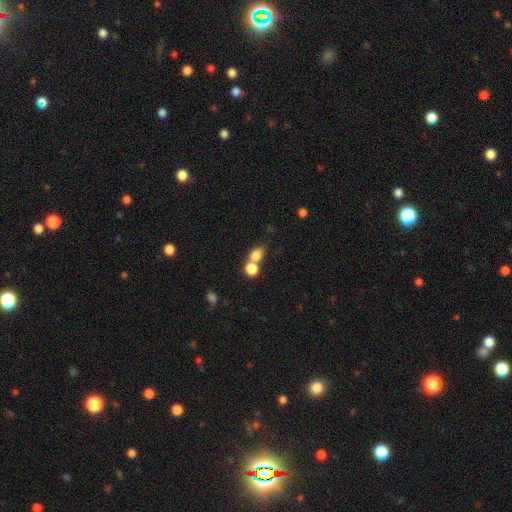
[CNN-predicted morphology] This appears to be a smooth galaxy with no disk features (79%) that is in between round and cigar-shaped (55%). Merging: merger (51%).